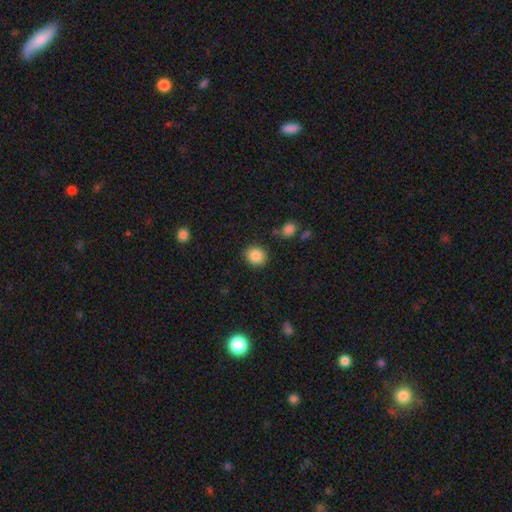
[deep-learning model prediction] Smooth or featured? Predicted: smooth (p=0.86). How rounded? Predicted: round (p=0.71). Merging? Predicted: none (p=0.87).